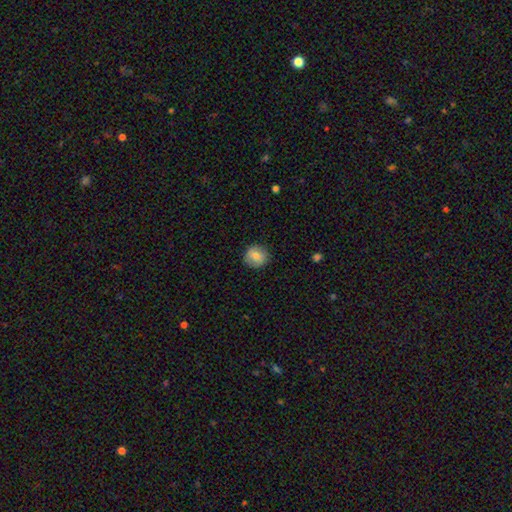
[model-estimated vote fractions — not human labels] Overall: smooth (79%). How rounded: round (90%). Merging: none (87%).